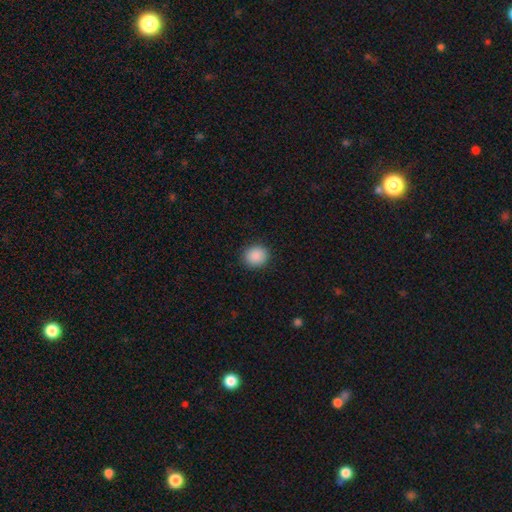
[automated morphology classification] Smooth or featured?
  - smooth: 90% *
  - star or artifact: 8%
  - featured or disk: 3%
How rounded?
  - round: 85% *
  - in between: 15%
  - cigar-shaped: 1%
Merging?
  - none: 91% *
  - minor disturbance: 6%
  - major disturbance: 2%
  - merger: 1%